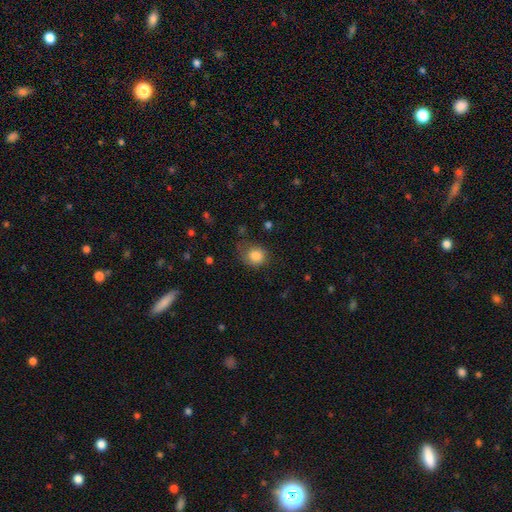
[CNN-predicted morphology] type=smooth (84%); roundness=round (69%); merging=none (53%).